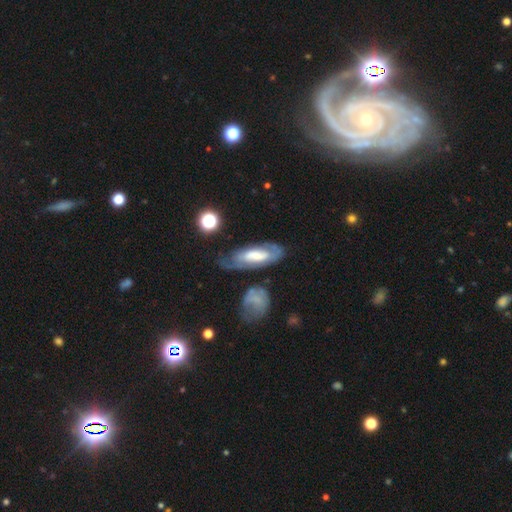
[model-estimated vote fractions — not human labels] smooth_or_featured: featured or disk (p=0.59) [alt: smooth p=0.34]
disk_edge_on: no (p=0.83) [alt: yes p=0.17]
merging: none (p=0.57) [alt: minor disturbance p=0.24]